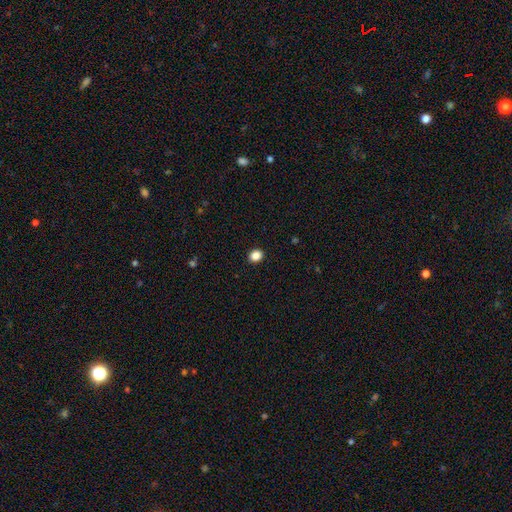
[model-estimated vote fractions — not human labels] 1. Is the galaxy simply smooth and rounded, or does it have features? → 87% smooth, 10% star or artifact, 3% featured or disk.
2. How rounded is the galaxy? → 67% round, 32% in between, 1% cigar-shaped.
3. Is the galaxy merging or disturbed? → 92% none, 5% minor disturbance, 2% major disturbance, 1% merger.